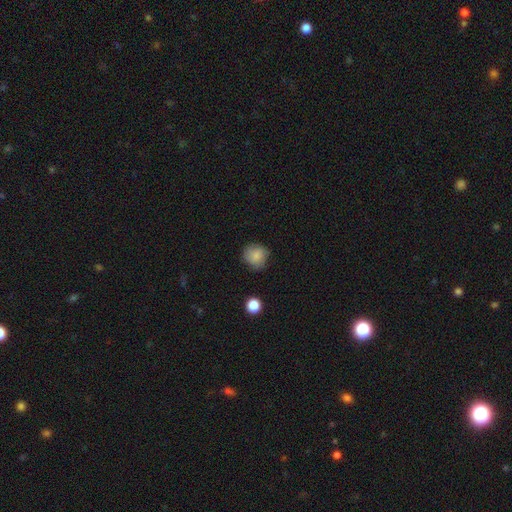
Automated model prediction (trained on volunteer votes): smooth 80%, featured or disk 11%, star or artifact 9%. Down the decision tree: how rounded — round (87%); merging — none (75%).